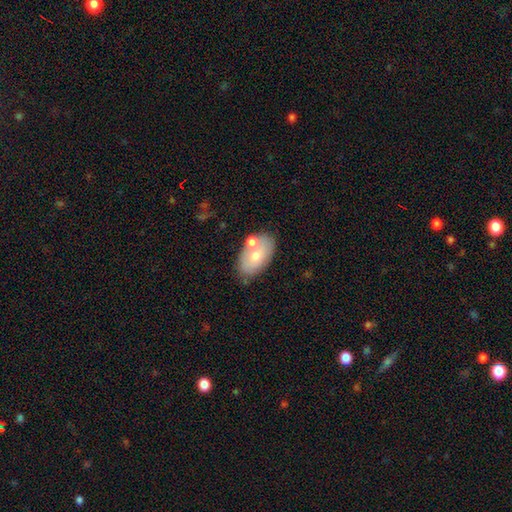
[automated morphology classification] smooth-or-featured: smooth: 64% | featured or disk: 29% | star or artifact: 7%
  how-rounded: in between: 93% | round: 6% | cigar-shaped: 2%
  merging: none: 63% | merger: 17% | minor disturbance: 16% | major disturbance: 4%